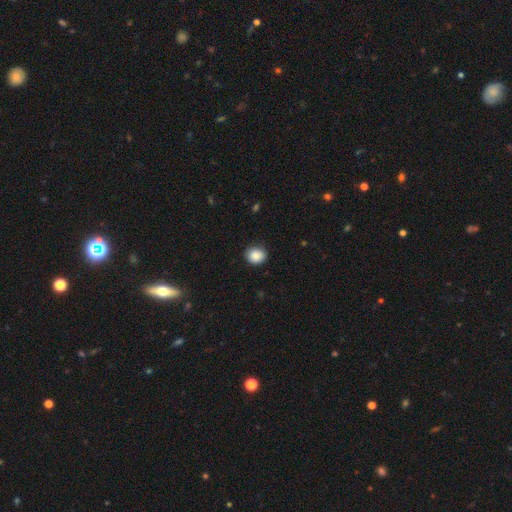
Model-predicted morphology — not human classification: Overall: smooth (88%). How rounded: round (71%). Merging: none (85%).